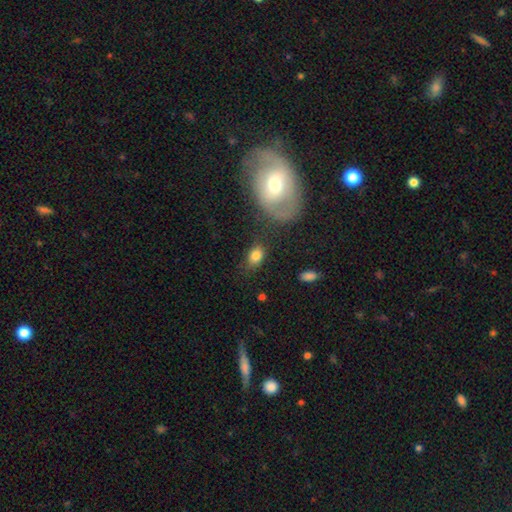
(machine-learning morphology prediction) A smooth galaxy with no disk features (82%) that is in between round and cigar-shaped (78%).

Vote fractions:
- Smooth or featured? smooth: 82% / featured or disk: 9% / star or artifact: 9%
- How rounded? in between: 78% / round: 20% / cigar-shaped: 2%
- Merging? none: 65% / minor disturbance: 19% / major disturbance: 9% / merger: 6%